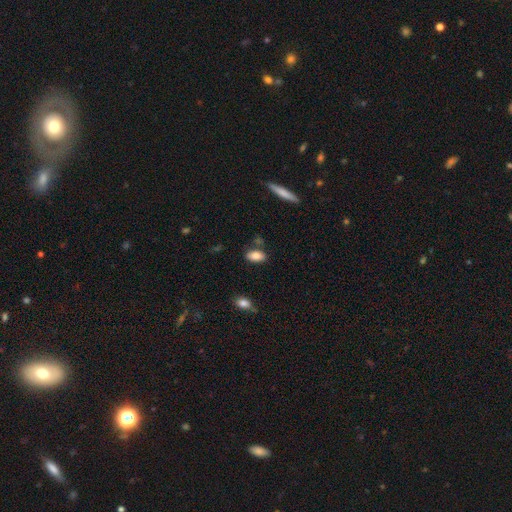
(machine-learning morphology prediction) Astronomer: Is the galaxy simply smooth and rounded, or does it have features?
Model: smooth — 84%.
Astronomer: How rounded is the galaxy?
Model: in between — 90%.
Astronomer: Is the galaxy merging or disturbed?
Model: none — 78%.